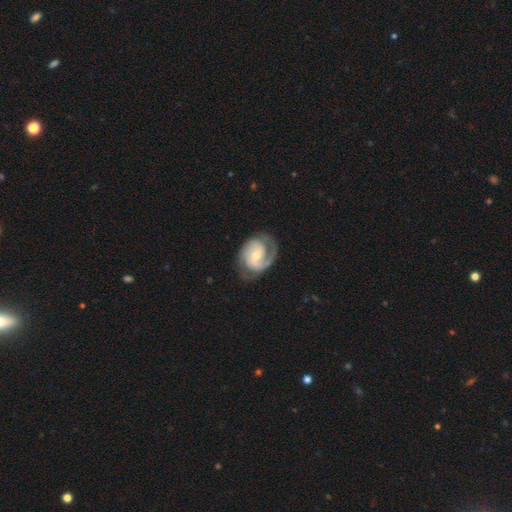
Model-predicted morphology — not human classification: A featured or disk galaxy (85%) with no bar (53%), 2 (63%) tight (46%) spiral arms (96%) and a moderate central bulge (51%). Merging: none (67%).